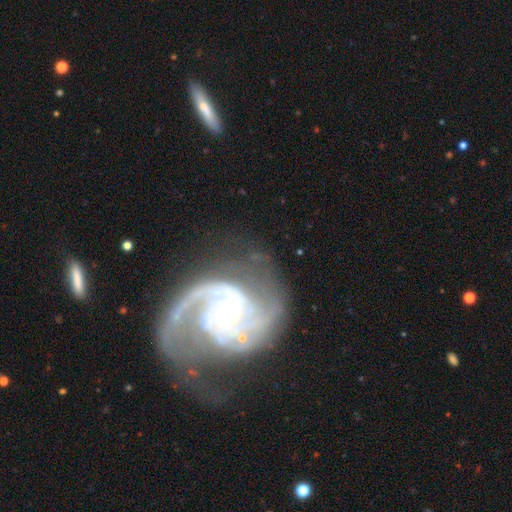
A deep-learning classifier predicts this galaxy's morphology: Smooth or featured? featured or disk (92%)
Edge-on disk? no (98%)
Bar? no (54%)
Spiral arms? yes (98%)
Spiral winding? medium (52%)
Spiral arm count? 2 (75%)
Bulge size? small (55%)
Merging? none (59%)